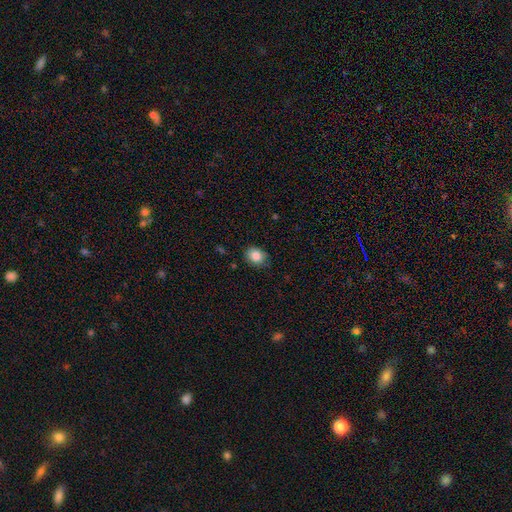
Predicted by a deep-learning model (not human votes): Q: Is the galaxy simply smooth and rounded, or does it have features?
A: smooth — 85%.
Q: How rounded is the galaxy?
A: in between — 51%.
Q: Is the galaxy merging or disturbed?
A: none — 78%.